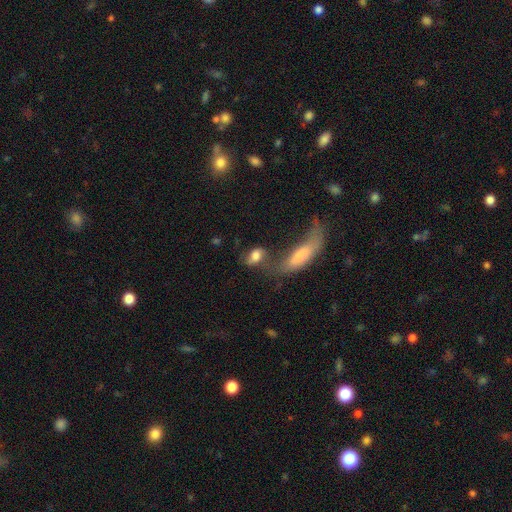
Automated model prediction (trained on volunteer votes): Smooth or featured? Predicted: smooth (p=0.71). How rounded? Predicted: in between (p=0.75). Merging? Predicted: merger (p=0.37).